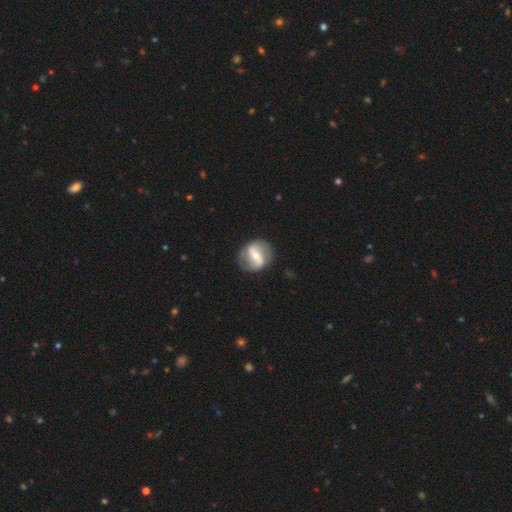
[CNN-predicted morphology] A featured or disk galaxy (75%) with a strong bar (61%), 2 (87%) loose (39%) spiral arms (73%) and a moderate central bulge (56%). Merging: none (82%).